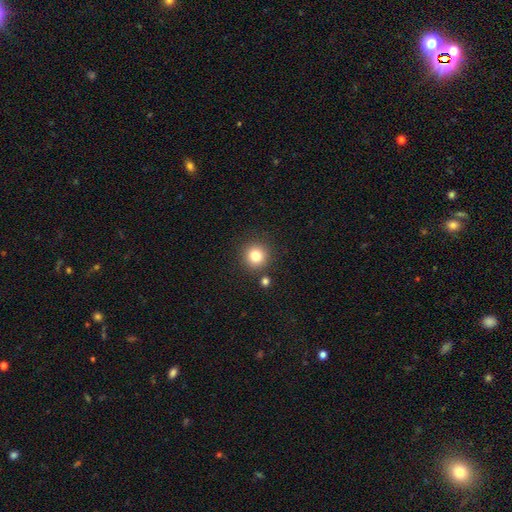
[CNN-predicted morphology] The model was most divided on "smooth or featured": smooth: 81%, star or artifact: 12%, featured or disk: 7%. More confident: how rounded — round (93%); merging — none (85%).